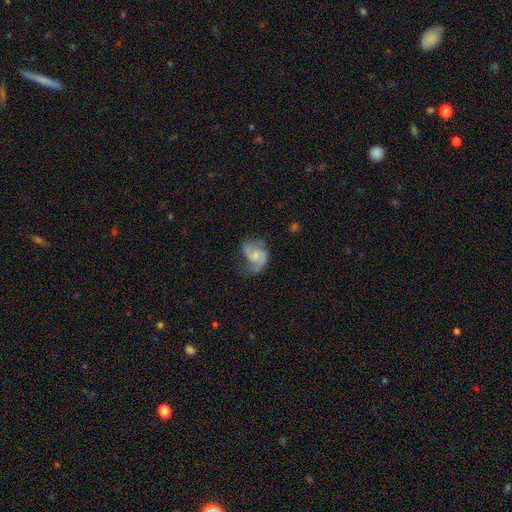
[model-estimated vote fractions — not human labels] Smooth or featured? featured or disk (79%)
Edge-on disk? no (98%)
Bar? no (56%)
Spiral arms? yes (95%)
Spiral winding? medium (48%)
Spiral arm count? 2 (85%)
Bulge size? small (52%)
Merging? none (56%)